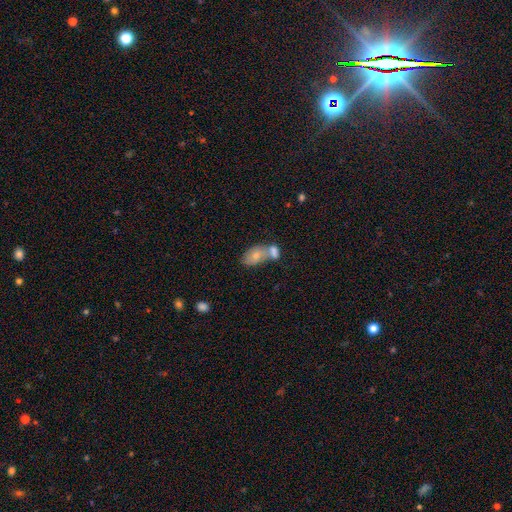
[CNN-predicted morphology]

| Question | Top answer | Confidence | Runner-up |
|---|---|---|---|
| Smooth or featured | smooth | 69% | featured or disk (23%) |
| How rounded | in between | 89% | round (8%) |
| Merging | merger | 61% | none (24%) |